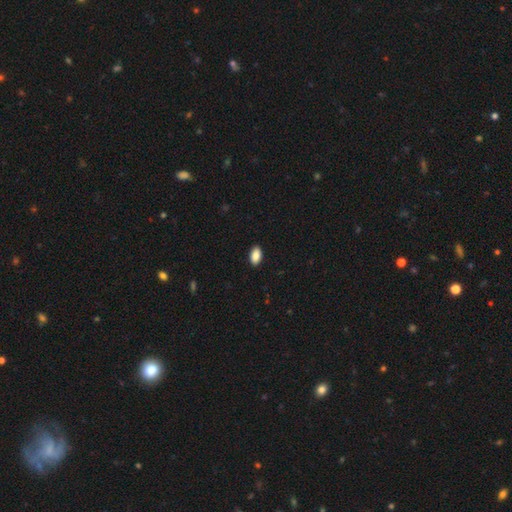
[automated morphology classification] smooth_or_featured: smooth (p=0.88) [alt: star or artifact p=0.07]
how_rounded: in between (p=0.94) [alt: round p=0.04]
merging: none (p=0.90) [alt: minor disturbance p=0.07]